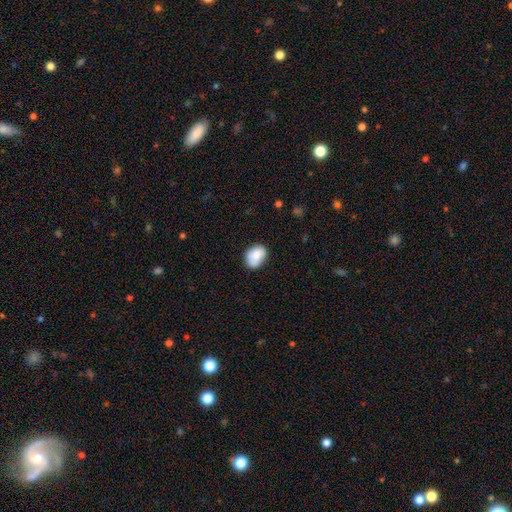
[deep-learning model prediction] A smooth galaxy with no disk features (82%) that is in between round and cigar-shaped (70%).

Vote fractions:
- Smooth or featured? smooth: 82% / featured or disk: 10% / star or artifact: 7%
- How rounded? in between: 70% / round: 29% / cigar-shaped: 1%
- Merging? none: 72% / minor disturbance: 21% / major disturbance: 4% / merger: 3%